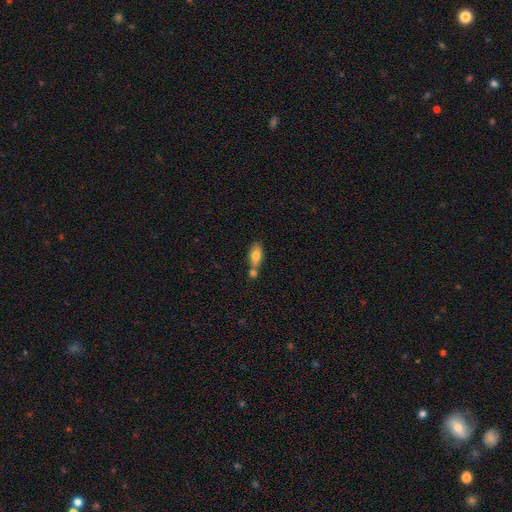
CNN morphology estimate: Smooth or featured?
  - smooth: 78% *
  - featured or disk: 14%
  - star or artifact: 7%
How rounded?
  - in between: 84% *
  - cigar-shaped: 11%
  - round: 4%
Merging?
  - none: 44% *
  - merger: 41%
  - minor disturbance: 12%
  - major disturbance: 4%